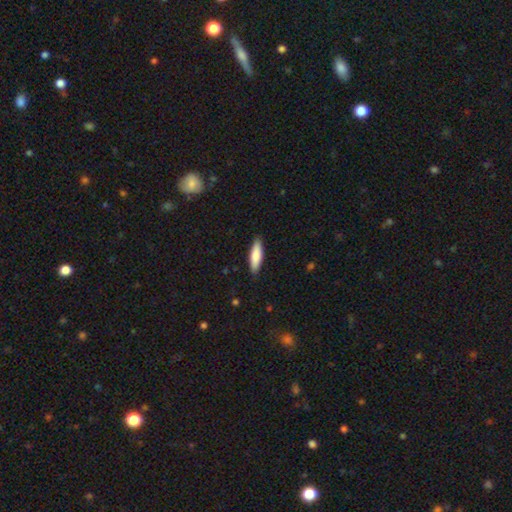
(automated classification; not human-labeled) smooth 82%, featured or disk 13%, star or artifact 5%. Down the decision tree: how rounded — cigar-shaped (59%); merging — none (88%).